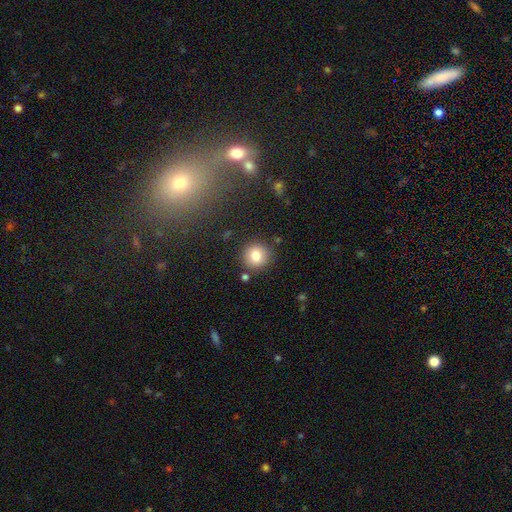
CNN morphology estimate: type=smooth (81%); roundness=round (92%); merging=none (85%).